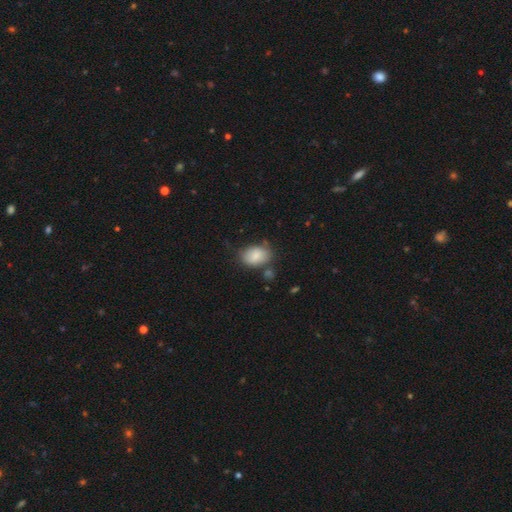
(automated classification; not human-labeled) smooth 84%, featured or disk 8%, star or artifact 7%. Down the decision tree: how rounded — in between (78%); merging — none (64%).